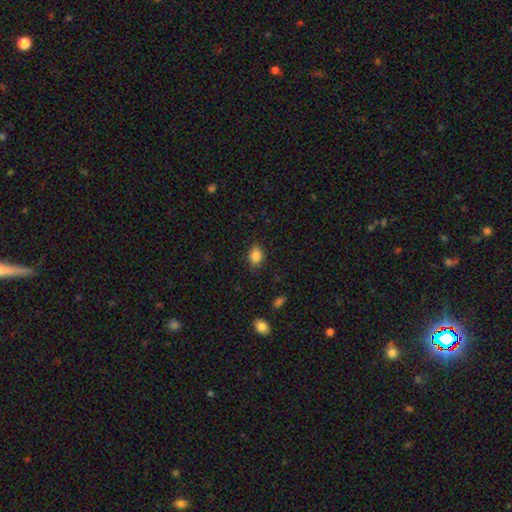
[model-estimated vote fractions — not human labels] Overall: smooth (86%). How rounded: in between (64%; round 34%). Merging: none (83%).